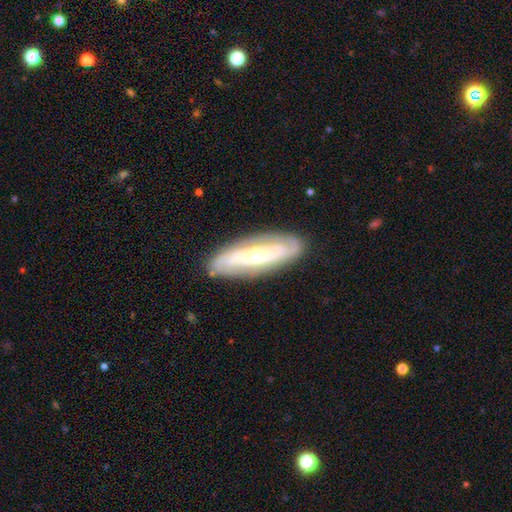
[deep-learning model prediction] Q: Smooth or featured?
A: featured or disk (72%); runner-up: smooth (22%)
Q: Edge-on disk?
A: no (79%); runner-up: yes (21%)
Q: Bar?
A: no (54%); runner-up: weak (25%)
Q: Spiral arms?
A: yes (77%); runner-up: no (23%)
Q: Bulge size?
A: moderate (48%); runner-up: small (44%)
Q: Merging?
A: none (85%); runner-up: minor disturbance (11%)